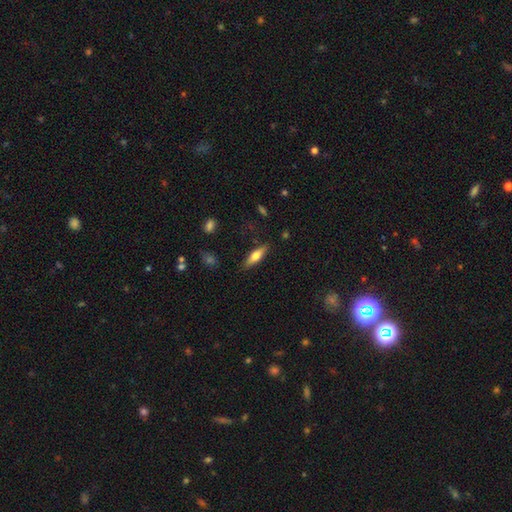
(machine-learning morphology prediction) A smooth galaxy with no disk features (57%) that is cigar-shaped (58%).

Vote fractions:
- Smooth or featured? smooth: 57% / featured or disk: 37% / star or artifact: 6%
- How rounded? cigar-shaped: 58% / in between: 39% / round: 2%
- Merging? none: 85% / minor disturbance: 11% / major disturbance: 3% / merger: 1%